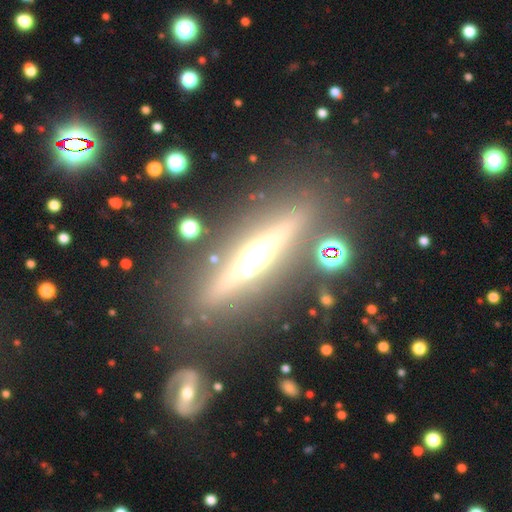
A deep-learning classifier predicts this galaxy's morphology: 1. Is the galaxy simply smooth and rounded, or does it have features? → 74% featured or disk, 15% smooth, 10% star or artifact.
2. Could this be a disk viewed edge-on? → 92% yes, 8% no.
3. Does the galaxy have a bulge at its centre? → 88% rounded, 7% boxy, 5% none.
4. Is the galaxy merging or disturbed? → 81% none, 10% minor disturbance, 5% merger, 4% major disturbance.